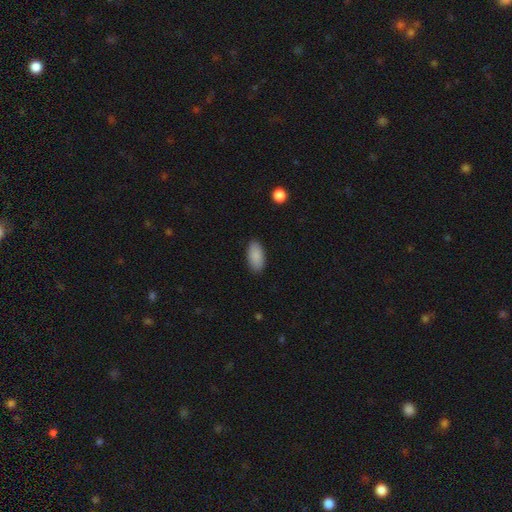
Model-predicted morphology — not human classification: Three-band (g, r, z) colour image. It shows a smooth galaxy with no disk features (89%) that is in between round and cigar-shaped (92%). Merging: none (88%).